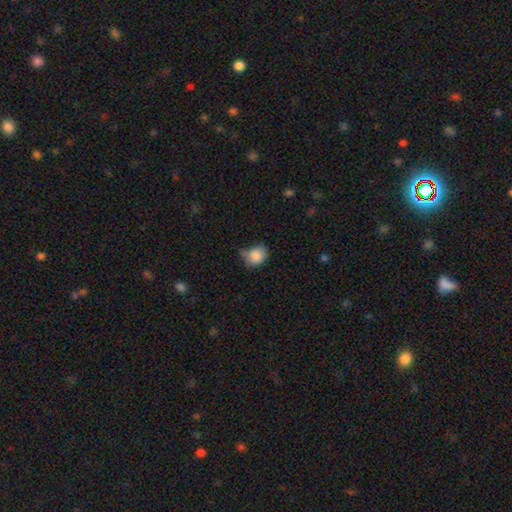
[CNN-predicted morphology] Smooth or featured: smooth — 85% (star or artifact — 9%)
How rounded: round — 55% (in between — 44%)
Merging: none — 46% (minor disturbance — 39%)